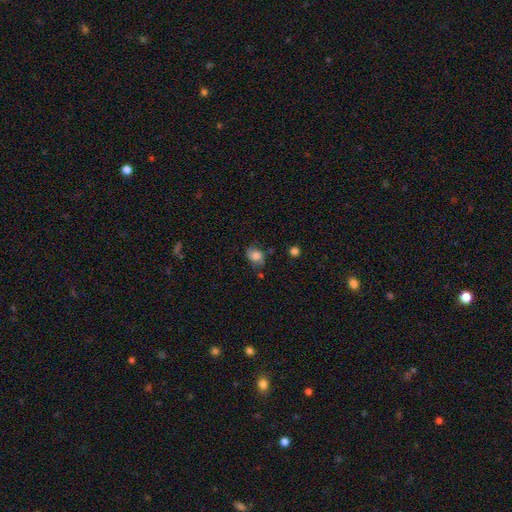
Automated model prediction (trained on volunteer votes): Morphology: type=smooth (68%); roundness=in between (63%); merging=none (62%).